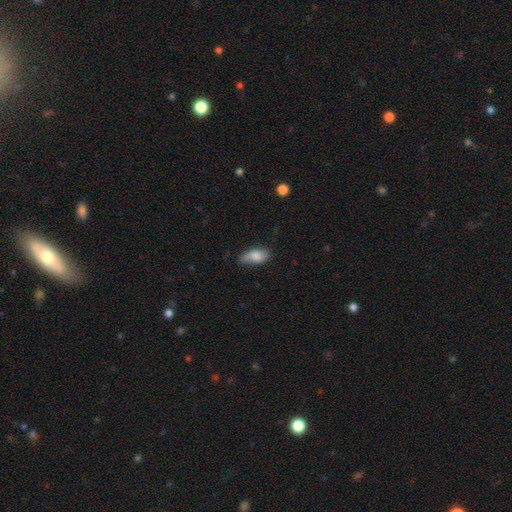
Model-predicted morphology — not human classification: smooth 77%, featured or disk 16%, star or artifact 7%. Down the decision tree: how rounded — in between (86%); merging — none (59%).